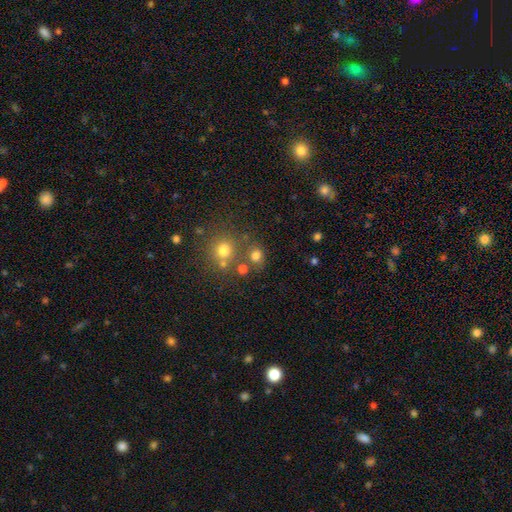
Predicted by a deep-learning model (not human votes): Smooth or featured? smooth (74%)
How rounded? round (78%)
Merging? none (66%)